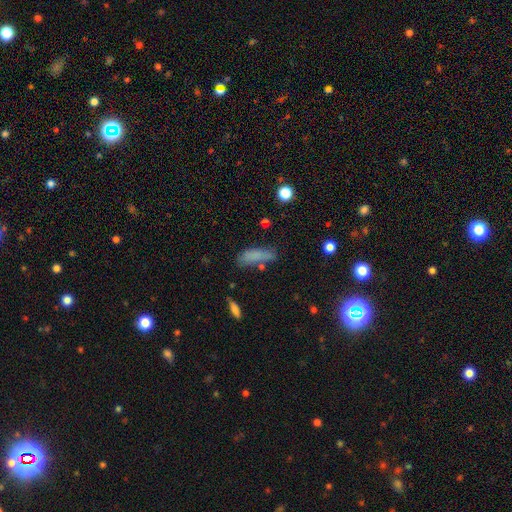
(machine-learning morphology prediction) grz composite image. It shows a smooth galaxy with no disk features (77%) that is cigar-shaped (52%). Merging: none (56%).